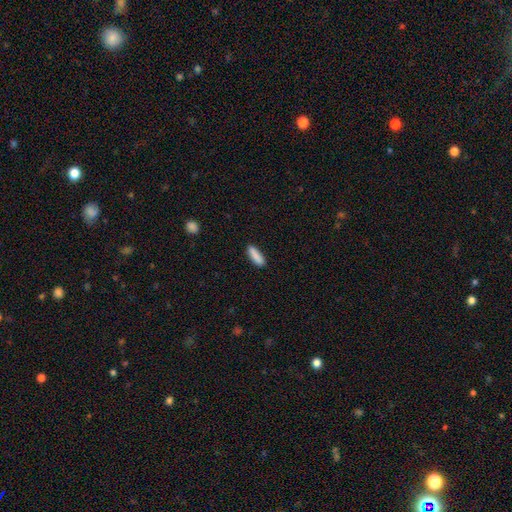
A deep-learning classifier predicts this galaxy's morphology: type=smooth (88%); roundness=cigar-shaped (57%); merging=none (88%).